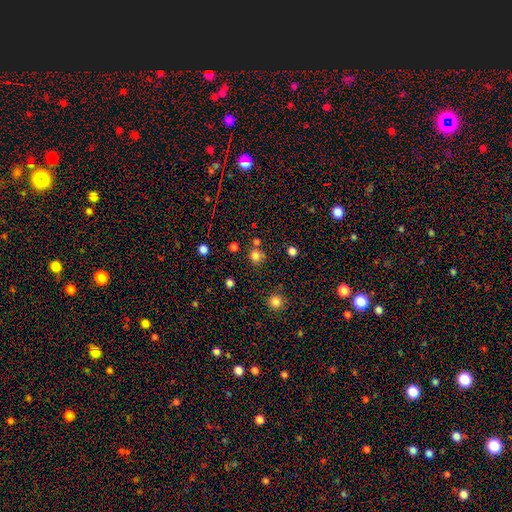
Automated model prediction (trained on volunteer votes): Q: Smooth or featured?
A: smooth (78%); runner-up: star or artifact (17%)
Q: How rounded?
A: round (88%); runner-up: in between (11%)
Q: Merging?
A: none (72%); runner-up: merger (14%)